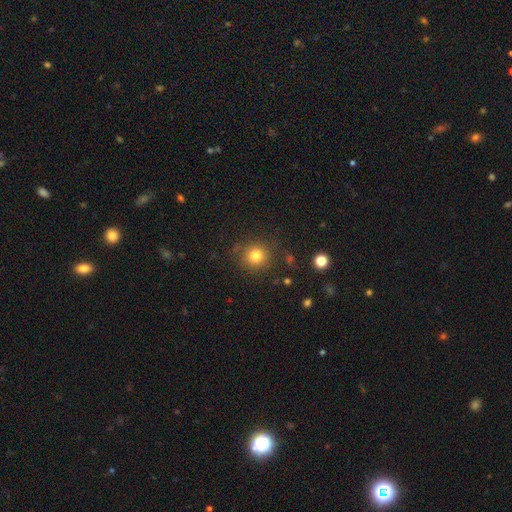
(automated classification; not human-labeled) Overall: smooth (80%). How rounded: round (91%). Merging: none (84%).